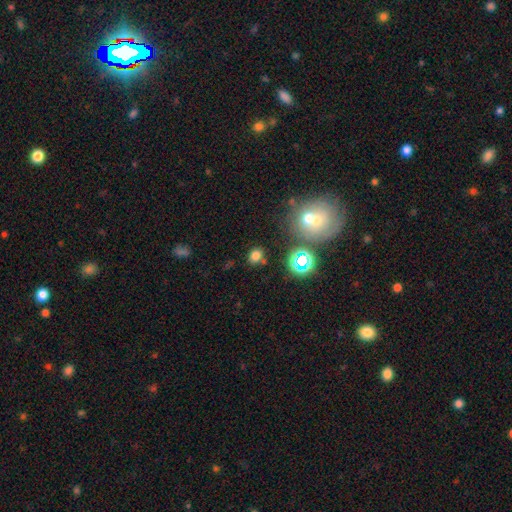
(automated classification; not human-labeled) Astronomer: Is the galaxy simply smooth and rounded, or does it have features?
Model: smooth — 69%.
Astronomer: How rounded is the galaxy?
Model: round — 54% (runner-up: in between, 44%).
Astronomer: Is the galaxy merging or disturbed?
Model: none — 77%.